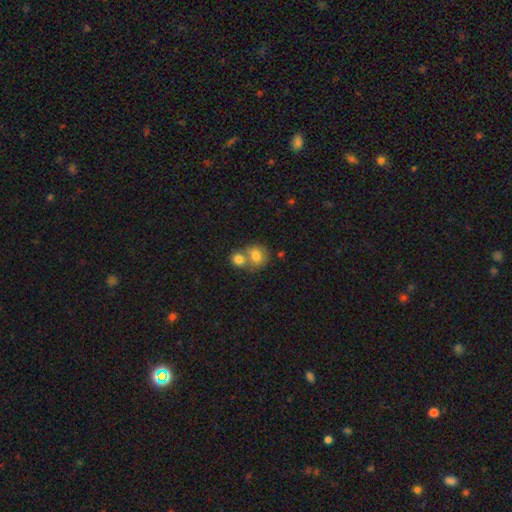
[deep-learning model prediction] Smooth or featured? Predicted: smooth (p=0.76). How rounded? Predicted: round (p=0.70). Merging? Predicted: merger (p=0.54).